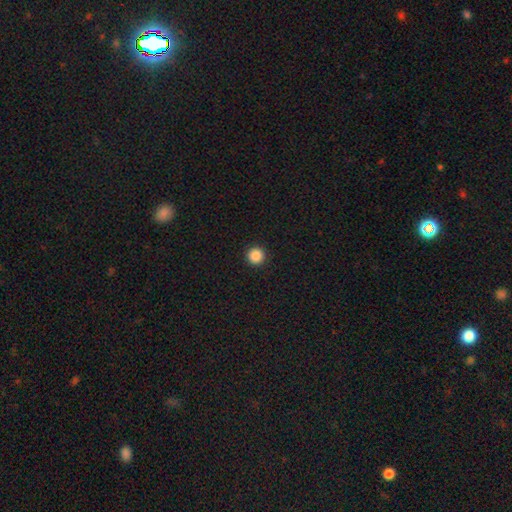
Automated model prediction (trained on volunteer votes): Smooth or featured? Predicted: smooth (p=0.87). How rounded? Predicted: round (p=0.96). Merging? Predicted: none (p=0.94).